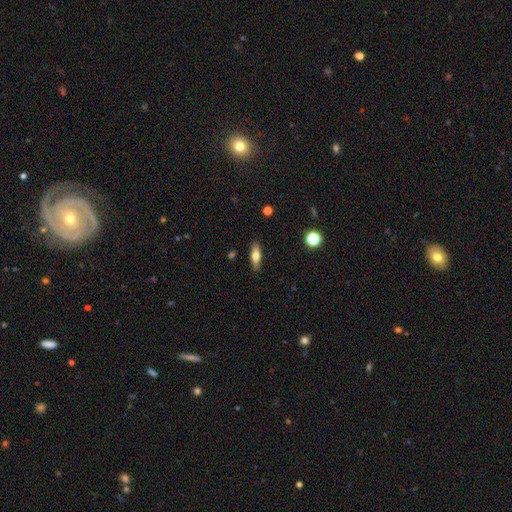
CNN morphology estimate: Smooth or featured? smooth (63%)
How rounded? in between (54%)
Merging? none (88%)